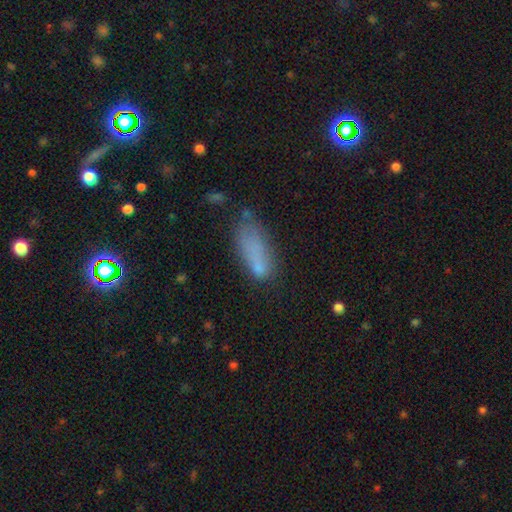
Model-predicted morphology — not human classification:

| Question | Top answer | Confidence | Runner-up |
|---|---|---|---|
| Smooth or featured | smooth | 71% | featured or disk (15%) |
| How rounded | in between | 68% | cigar-shaped (28%) |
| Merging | none | 46% | minor disturbance (28%) |